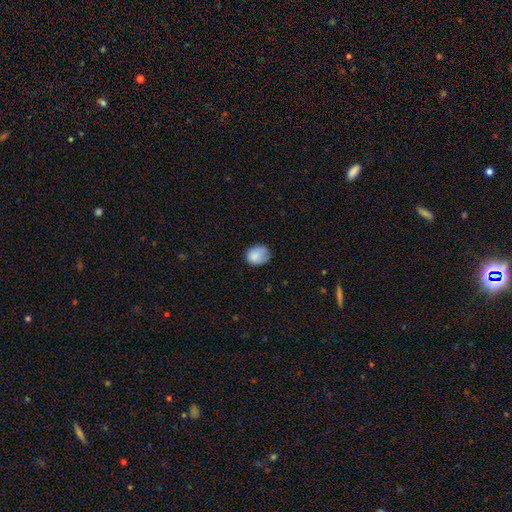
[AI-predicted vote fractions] The model was most divided on "how rounded": round: 55%, in between: 44%, cigar-shaped: 1%. More confident: smooth or featured — smooth (85%); merging — none (61%).